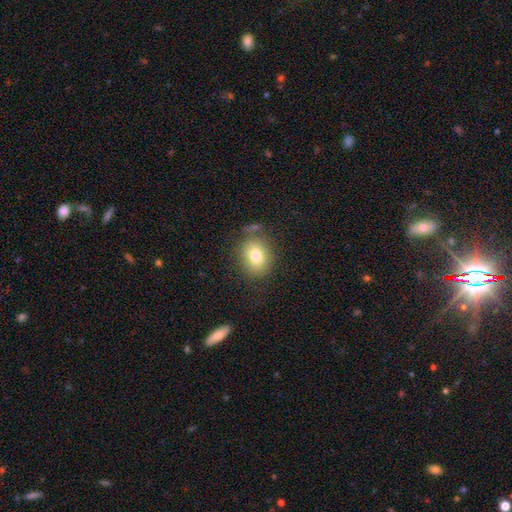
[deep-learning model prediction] This is likely a smooth galaxy (78%). How rounded: possibly round (54%). Merging: likely none (74%).